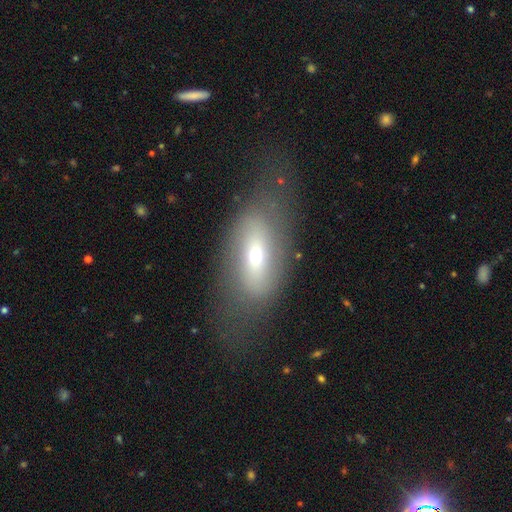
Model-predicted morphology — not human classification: Smooth or featured? Predicted: featured or disk (p=0.46). Merging? Predicted: none (p=0.58).